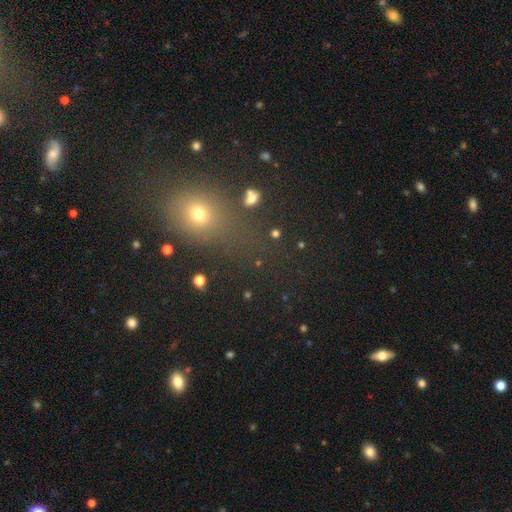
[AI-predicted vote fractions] The model was most divided on "how rounded": round: 54%, in between: 43%, cigar-shaped: 3%. More confident: merging — none (76%); smooth or featured — smooth (51%).